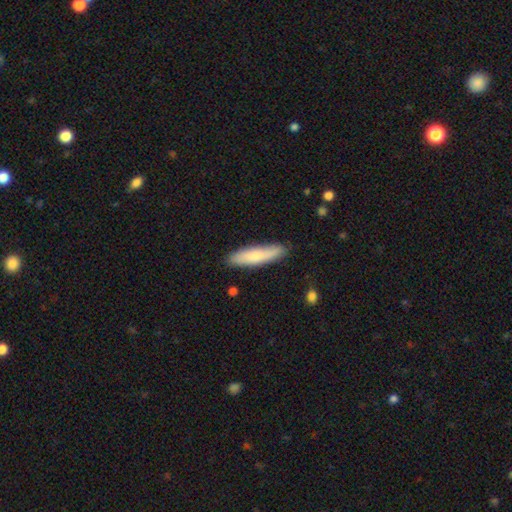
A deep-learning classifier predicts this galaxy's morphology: This is likely a smooth galaxy (74%). How rounded: likely cigar-shaped (76%). Merging: clearly none (86%).